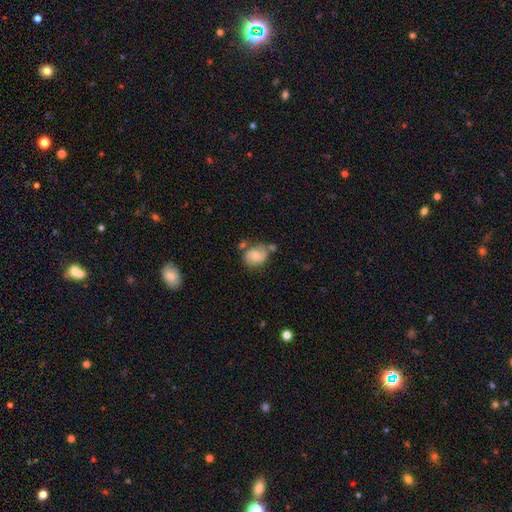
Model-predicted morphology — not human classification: This appears to be a smooth galaxy with no disk features (60%) that is in between round and cigar-shaped (51%). Merging: none (50%).